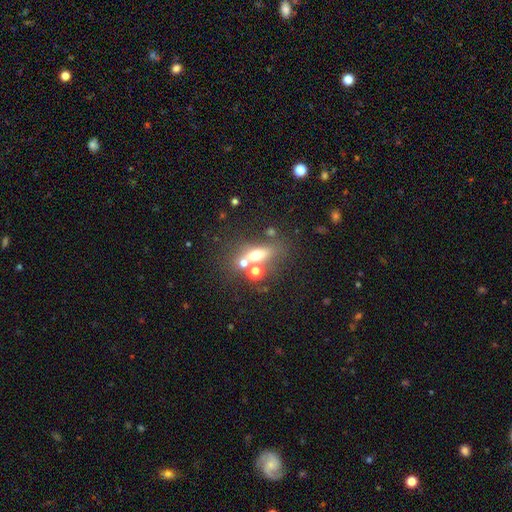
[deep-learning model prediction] Overall: smooth (55%; featured or disk 27%). How rounded: in between (54%; round 29%). Merging: none (49%; merger 32%).